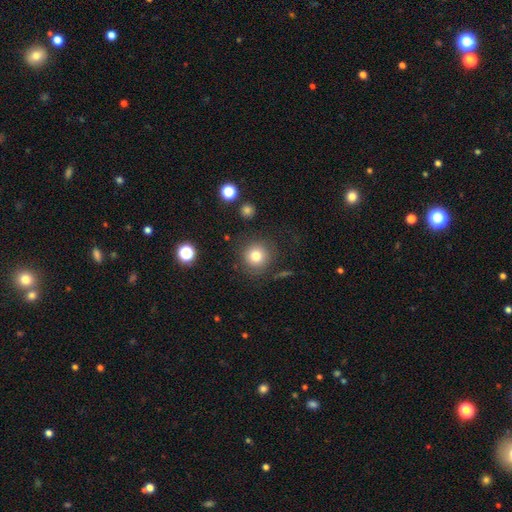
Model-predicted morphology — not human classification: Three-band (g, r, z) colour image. It shows a smooth galaxy with no disk features (79%) that is round (93%). Merging: none (85%).